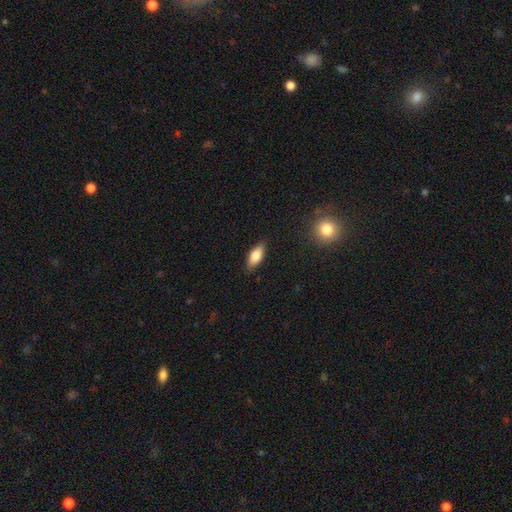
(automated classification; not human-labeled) Smooth or featured? smooth (76%)
How rounded? in between (80%)
Merging? none (83%)